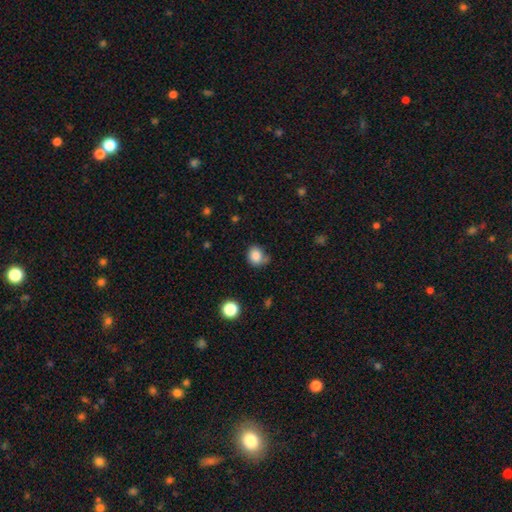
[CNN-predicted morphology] Overall: smooth (84%). How rounded: round (66%; in between 33%). Merging: none (59%; minor disturbance 26%).